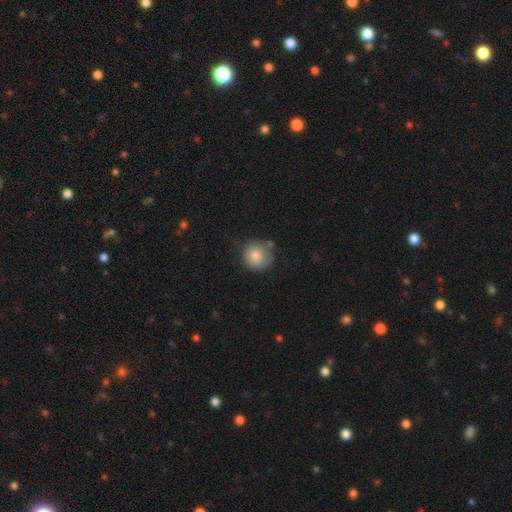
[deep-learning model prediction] Q: Smooth or featured?
A: smooth (82%); runner-up: featured or disk (10%)
Q: How rounded?
A: round (86%); runner-up: in between (13%)
Q: Merging?
A: none (62%); runner-up: minor disturbance (24%)